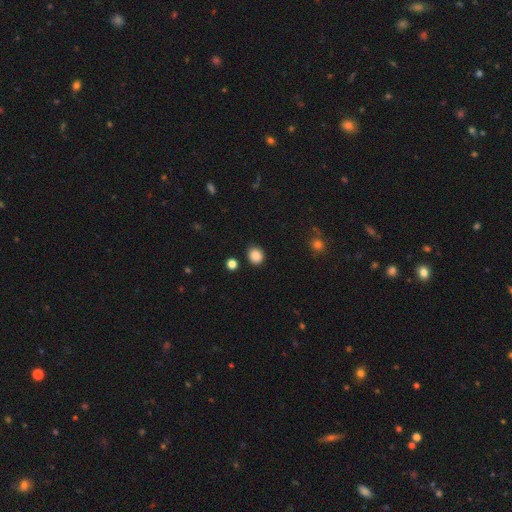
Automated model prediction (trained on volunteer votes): smooth 87%, star or artifact 10%, featured or disk 3%. Down the decision tree: how rounded — round (80%); merging — none (88%).